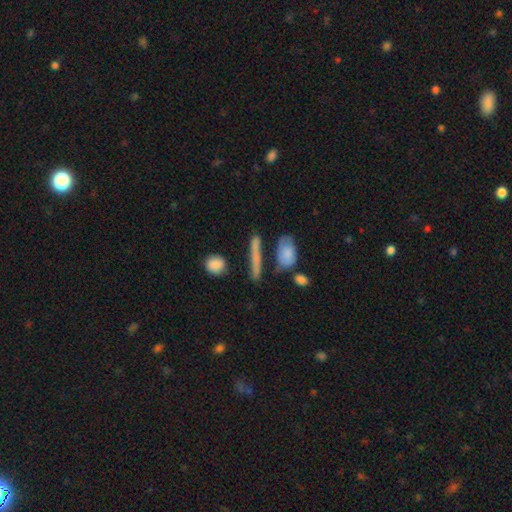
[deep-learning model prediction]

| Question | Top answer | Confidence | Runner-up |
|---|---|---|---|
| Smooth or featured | smooth | 63% | featured or disk (23%) |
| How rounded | cigar-shaped | 62% | in between (23%) |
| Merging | none | 66% | minor disturbance (14%) |